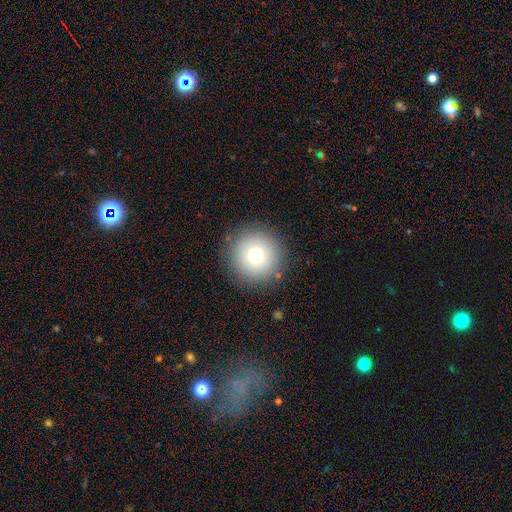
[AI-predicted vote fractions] Morphology: type=smooth (76%); roundness=round (96%); merging=none (88%).